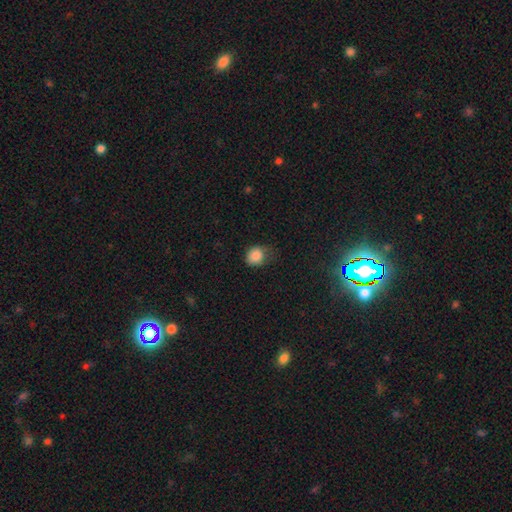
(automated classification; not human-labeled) smooth-or-featured: smooth: 86% | star or artifact: 10% | featured or disk: 5%
  how-rounded: round: 62% | in between: 37% | cigar-shaped: 1%
  merging: none: 48% | minor disturbance: 38% | major disturbance: 13% | merger: 2%